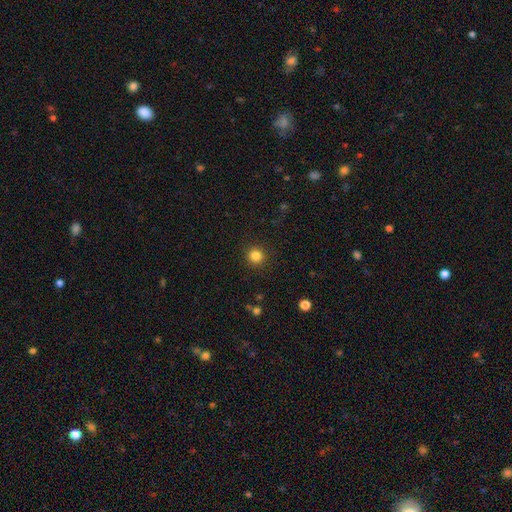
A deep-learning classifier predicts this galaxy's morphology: Smooth or featured? Predicted: smooth (p=0.83). How rounded? Predicted: round (p=0.95). Merging? Predicted: none (p=0.92).